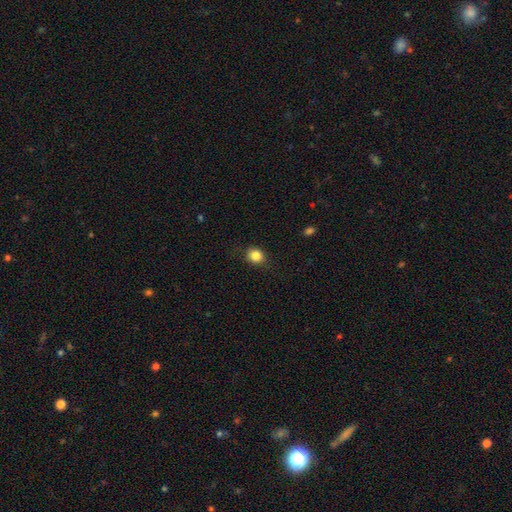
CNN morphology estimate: A smooth galaxy with no disk features (84%) that is round (75%). Merging: none (85%).